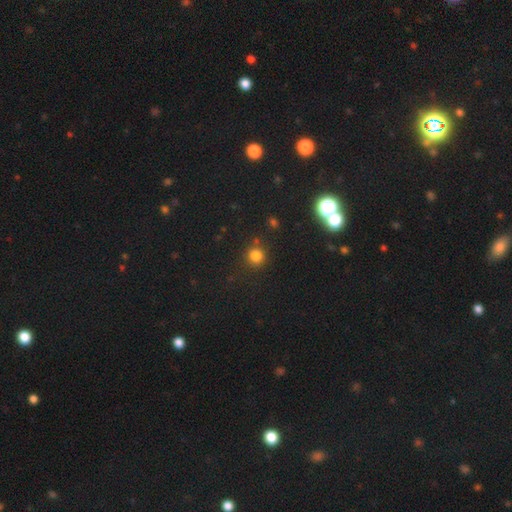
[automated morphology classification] A smooth galaxy with no disk features (79%) that is round (90%). Merging: none (81%).